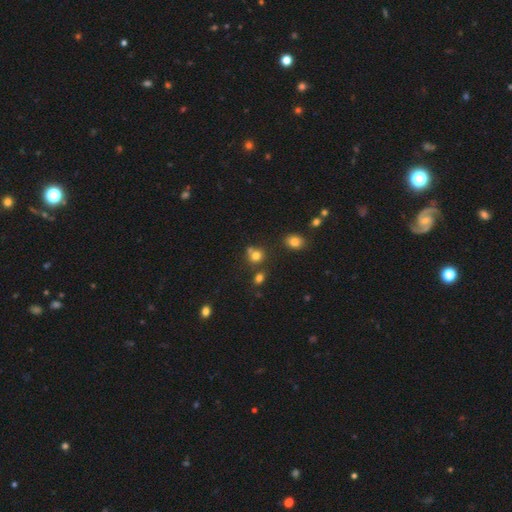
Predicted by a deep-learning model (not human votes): A smooth galaxy with no disk features (76%) that is round (83%). Merging: none (63%).